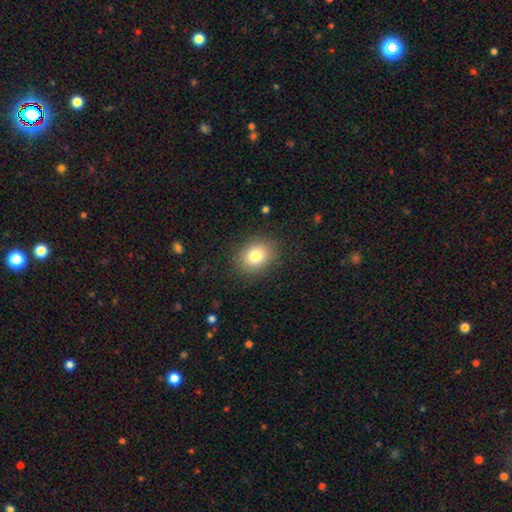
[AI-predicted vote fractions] Morphology: type=smooth (80%); roundness=in between (53%); merging=none (87%).